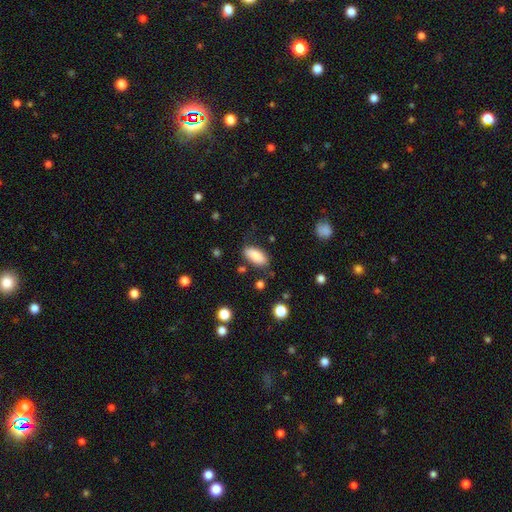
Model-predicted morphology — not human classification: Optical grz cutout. It shows a smooth galaxy with no disk features (86%) that is in between round and cigar-shaped (91%). Merging: none (77%).